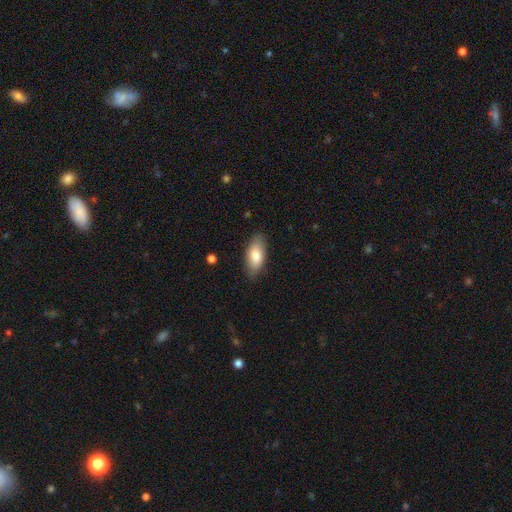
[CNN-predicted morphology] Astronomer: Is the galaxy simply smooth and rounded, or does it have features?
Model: smooth — 80%.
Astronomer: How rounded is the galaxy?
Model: in between — 88%.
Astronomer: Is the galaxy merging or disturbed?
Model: none — 83%.